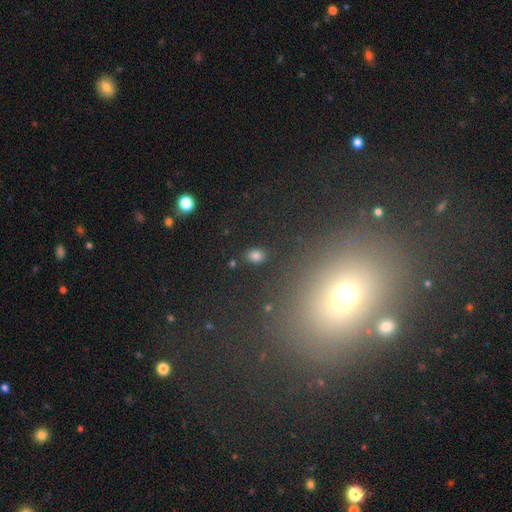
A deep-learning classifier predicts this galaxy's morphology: A smooth galaxy with no disk features (80%) that is in between round and cigar-shaped (61%). Merging: none (87%).